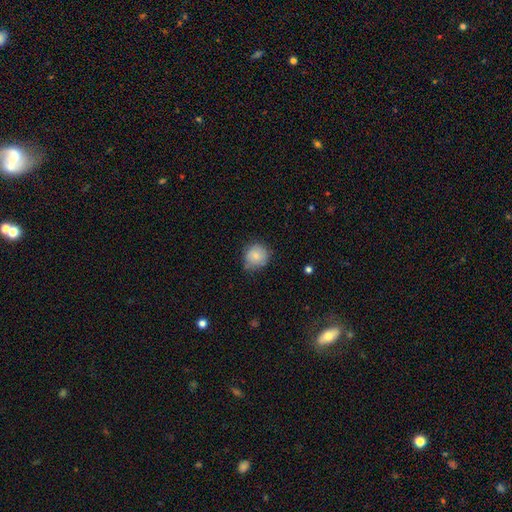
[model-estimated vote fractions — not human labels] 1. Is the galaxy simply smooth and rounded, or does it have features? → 81% smooth, 12% featured or disk, 8% star or artifact.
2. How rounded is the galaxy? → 88% round, 11% in between, 1% cigar-shaped.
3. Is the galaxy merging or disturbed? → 70% none, 23% minor disturbance, 5% major disturbance, 2% merger.